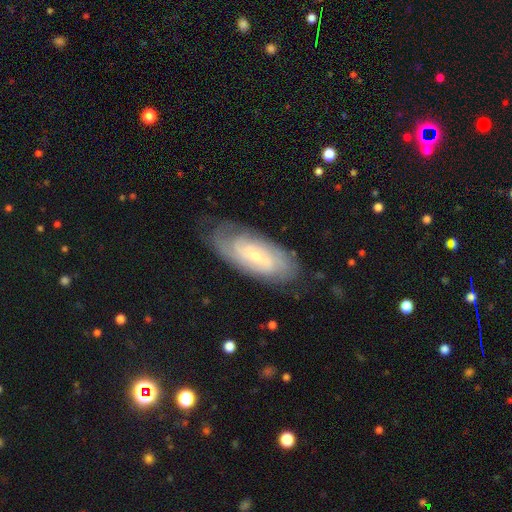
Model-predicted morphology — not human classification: type=featured or disk (75%); edge-on=no (90%); bar=no (44%); spiral arms=yes (90%); winding=tight (63%); arm count=can't tell (45%); bulge=small (69%); merging=none (75%).